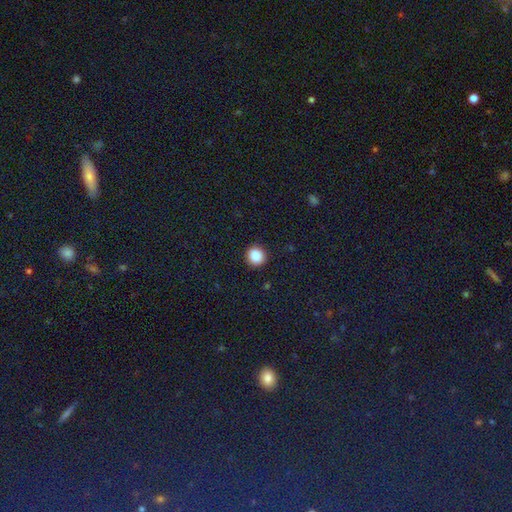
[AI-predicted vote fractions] smooth_or_featured: smooth (p=0.88) [alt: star or artifact p=0.09]
how_rounded: round (p=0.93) [alt: in between p=0.06]
merging: none (p=0.91) [alt: minor disturbance p=0.06]